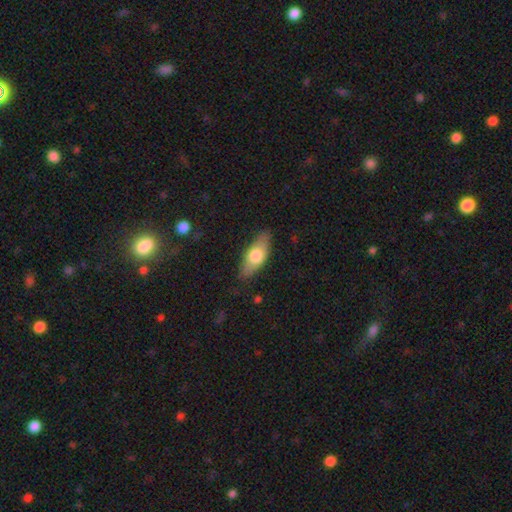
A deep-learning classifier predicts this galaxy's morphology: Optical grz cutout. It shows a smooth galaxy with no disk features (65%) that is in between round and cigar-shaped (74%). Merging: none (84%).